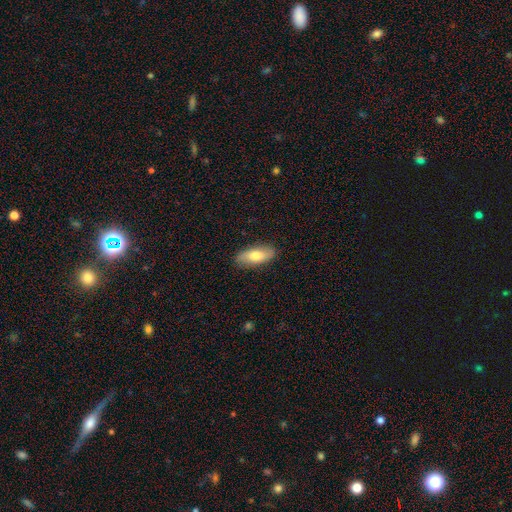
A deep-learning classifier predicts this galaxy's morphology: Smooth or featured?
  - smooth: 69% *
  - featured or disk: 25%
  - star or artifact: 6%
How rounded?
  - in between: 83% *
  - cigar-shaped: 14%
  - round: 3%
Merging?
  - none: 87% *
  - minor disturbance: 10%
  - major disturbance: 2%
  - merger: 1%